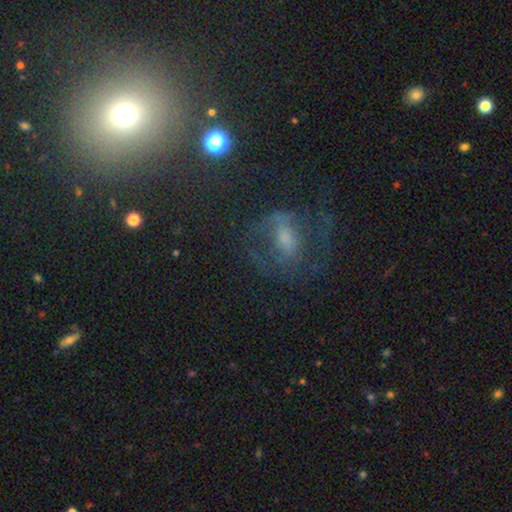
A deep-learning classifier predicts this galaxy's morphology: Smooth or featured? featured or disk (48%)
Merging? none (65%)